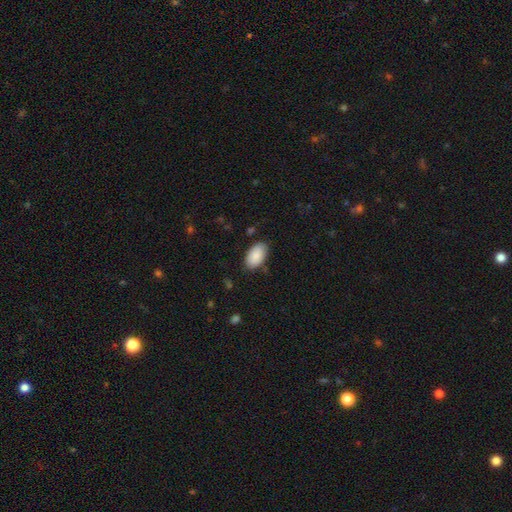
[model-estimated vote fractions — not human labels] Morphology: type=smooth (88%); roundness=in between (95%); merging=none (82%).